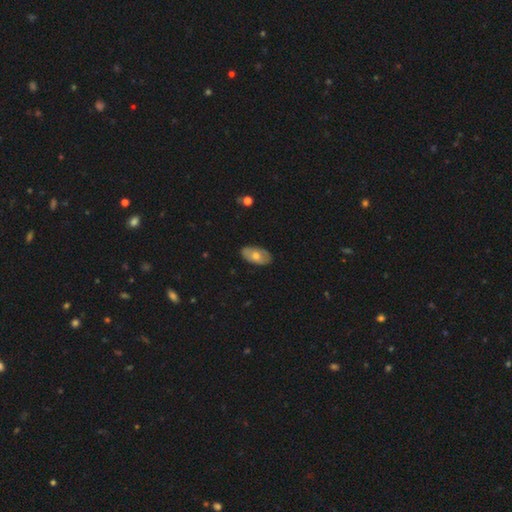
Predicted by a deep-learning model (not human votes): The model was most divided on "smooth or featured": smooth: 59%, featured or disk: 35%, star or artifact: 6%. More confident: how rounded — in between (93%); merging — none (84%).